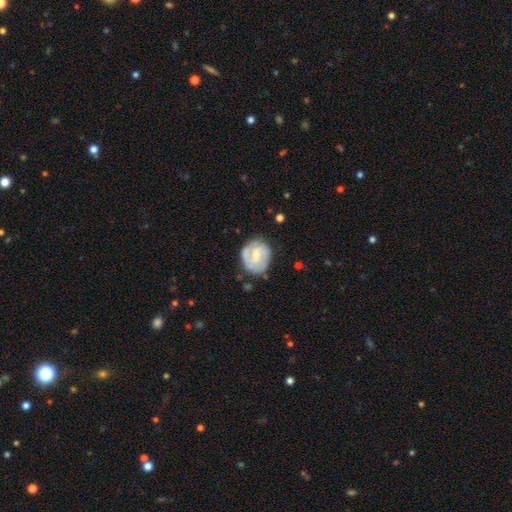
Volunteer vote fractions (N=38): featured or disk 63%, smooth 32%, star or artifact 5%. Down the decision tree: edge-on disk — no (96%); bar — weak (48%, tied with no); spiral arms — yes (57%); spiral arm count — 2 (62%); spiral winding — tight (46%); bulge size — moderate (57%); merging — none (67%).